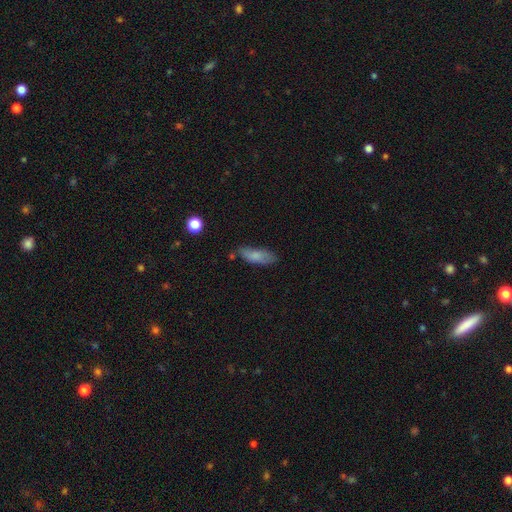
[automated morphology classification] This appears to be a smooth galaxy with no disk features (78%) that is in between round and cigar-shaped (66%). Merging: none (63%).